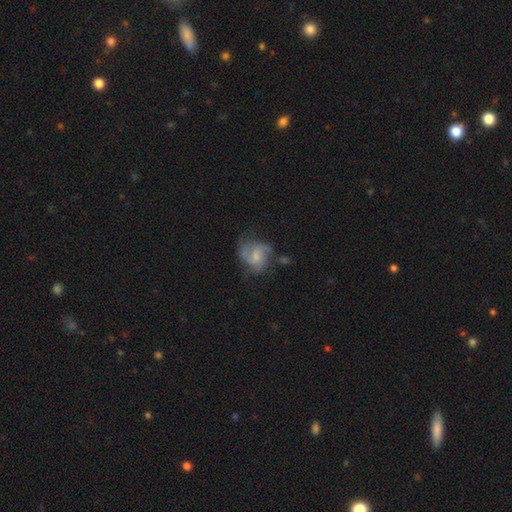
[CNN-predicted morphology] A featured or disk galaxy (60%) with a weak bar (48%), spiral arms (82%) and a small central bulge (45%). Merging: none (46%).